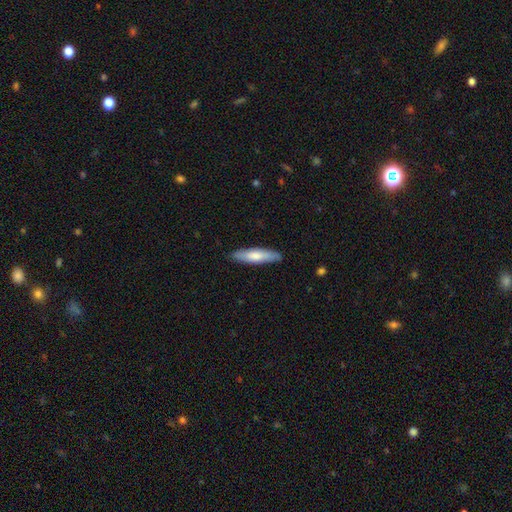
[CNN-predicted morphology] Smooth or featured?
  - smooth: 70% *
  - featured or disk: 25%
  - star or artifact: 5%
How rounded?
  - cigar-shaped: 75% *
  - in between: 24%
  - round: 1%
Merging?
  - none: 87% *
  - minor disturbance: 10%
  - major disturbance: 2%
  - merger: 1%